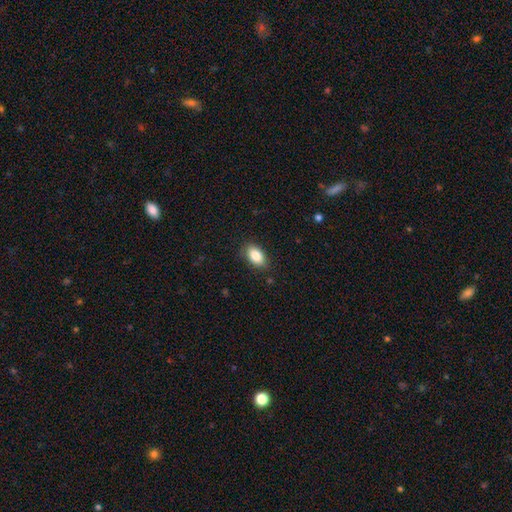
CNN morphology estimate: Smooth or featured?
  - smooth: 86% *
  - star or artifact: 7%
  - featured or disk: 7%
How rounded?
  - in between: 91% *
  - round: 6%
  - cigar-shaped: 3%
Merging?
  - none: 85% *
  - minor disturbance: 12%
  - major disturbance: 3%
  - merger: 1%